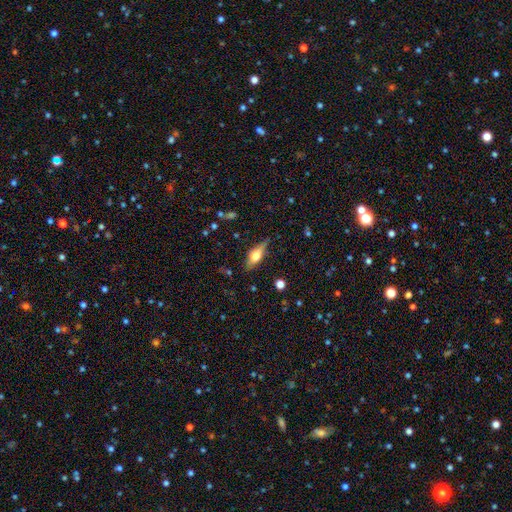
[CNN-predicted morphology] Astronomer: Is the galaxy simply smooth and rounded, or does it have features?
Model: smooth — 50% (runner-up: featured or disk, 42%).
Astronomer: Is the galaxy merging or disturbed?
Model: none — 76%.